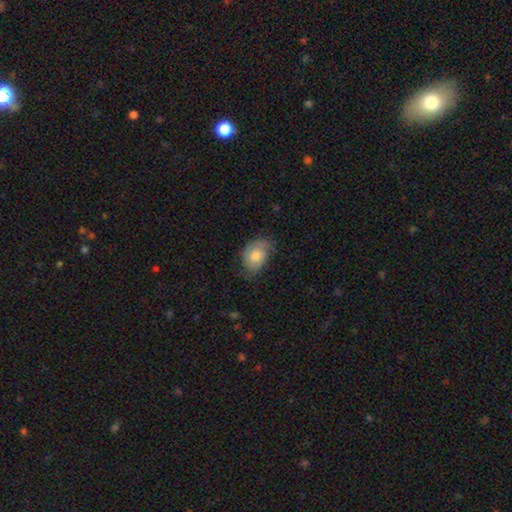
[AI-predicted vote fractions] Smooth or featured?
  - smooth: 64% *
  - featured or disk: 28%
  - star or artifact: 8%
How rounded?
  - in between: 74% *
  - round: 25%
  - cigar-shaped: 1%
Merging?
  - none: 59% *
  - minor disturbance: 30%
  - major disturbance: 9%
  - merger: 1%